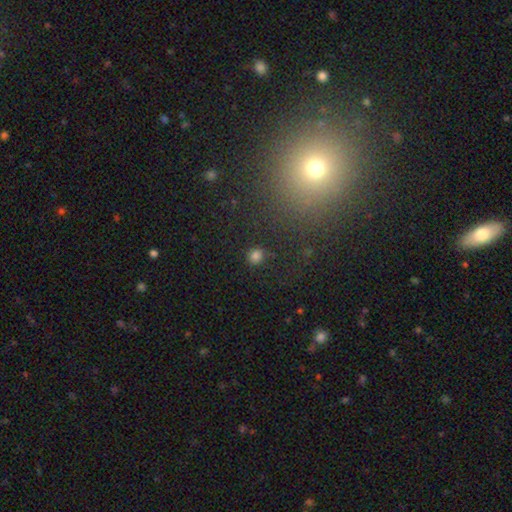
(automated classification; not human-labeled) A smooth galaxy with no disk features (80%) that is round (85%). Merging: none (82%).